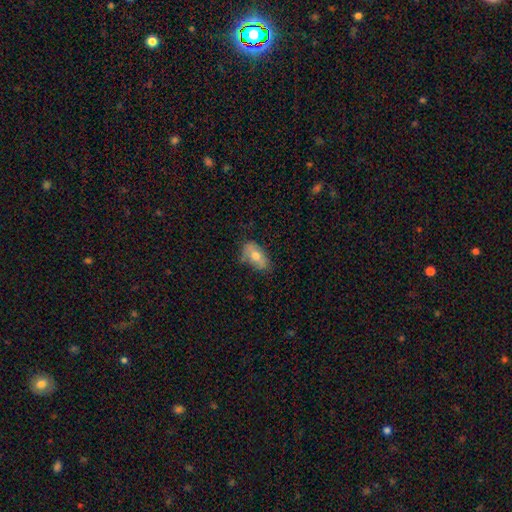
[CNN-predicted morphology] Overall: smooth (65%; featured or disk 28%). How rounded: in between (90%). Merging: none (63%; minor disturbance 29%).